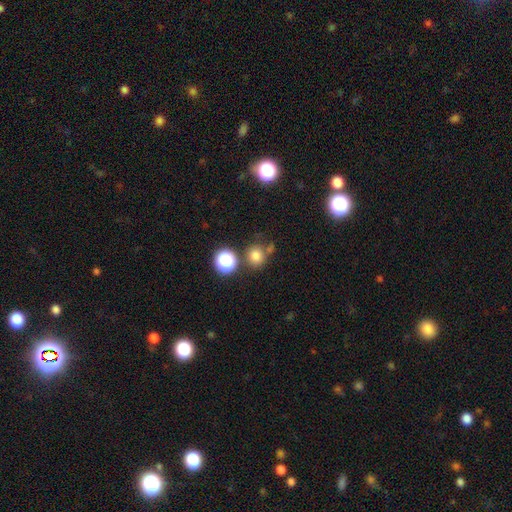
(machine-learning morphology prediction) A smooth galaxy with no disk features (75%) that is round (86%).

Vote fractions:
- Smooth or featured? smooth: 75% / star or artifact: 17% / featured or disk: 8%
- How rounded? round: 86% / in between: 13% / cigar-shaped: 1%
- Merging? none: 71% / merger: 14% / minor disturbance: 11% / major disturbance: 4%